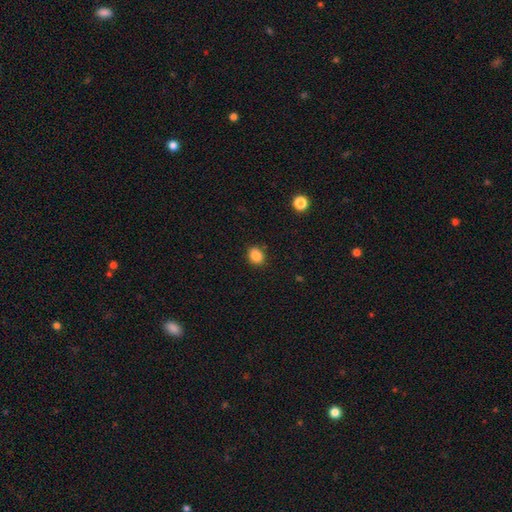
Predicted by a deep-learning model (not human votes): smooth 87%, star or artifact 10%, featured or disk 3%. Down the decision tree: how rounded — round (54%); merging — none (87%).